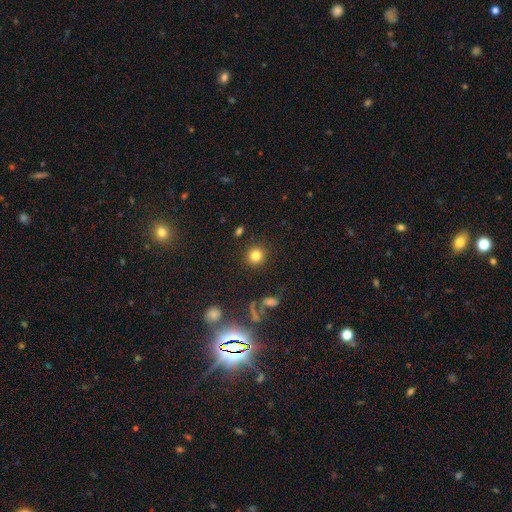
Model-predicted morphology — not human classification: smooth_or_featured: smooth (p=0.80) [alt: star or artifact p=0.14]
how_rounded: round (p=0.90) [alt: in between p=0.09]
merging: none (p=0.88) [alt: minor disturbance p=0.06]